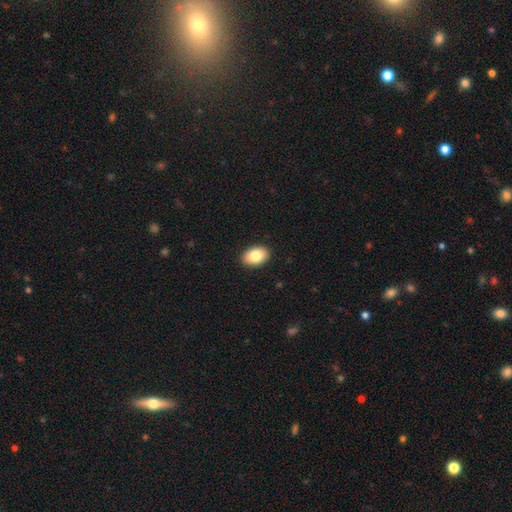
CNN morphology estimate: smooth 82%, featured or disk 10%, star or artifact 7%. Down the decision tree: how rounded — in between (87%); merging — none (91%).